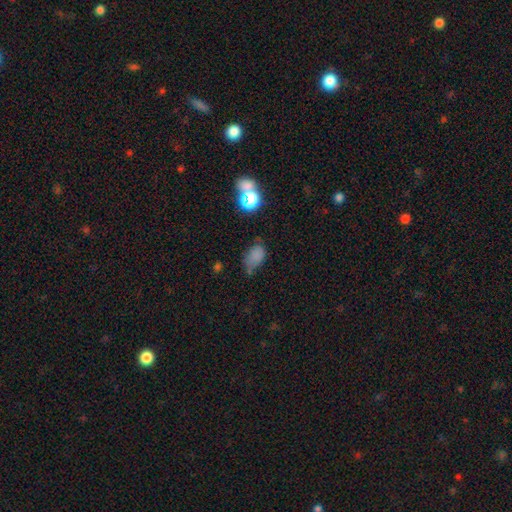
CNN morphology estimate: Smooth or featured: smooth — 70% (star or artifact — 18%)
How rounded: in between — 85% (round — 13%)
Merging: none — 43% (minor disturbance — 34%)